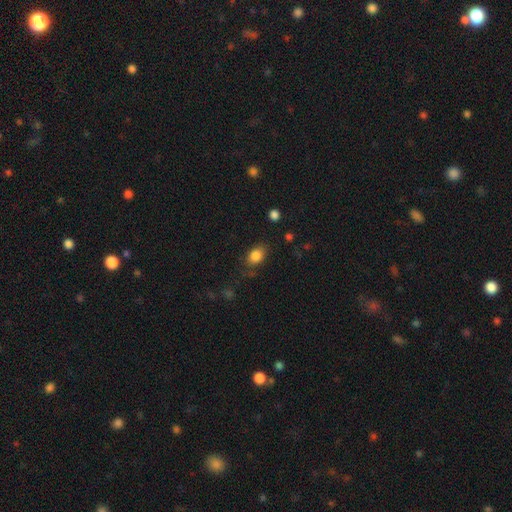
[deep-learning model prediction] Morphology: type=smooth (84%); roundness=in between (76%); merging=none (71%).